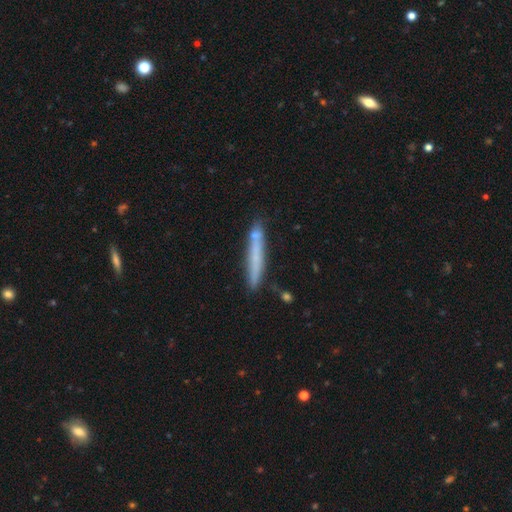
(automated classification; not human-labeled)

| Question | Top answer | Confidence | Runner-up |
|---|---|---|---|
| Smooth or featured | smooth | 58% | featured or disk (34%) |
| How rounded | cigar-shaped | 96% | in between (3%) |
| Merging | none | 79% | minor disturbance (13%) |